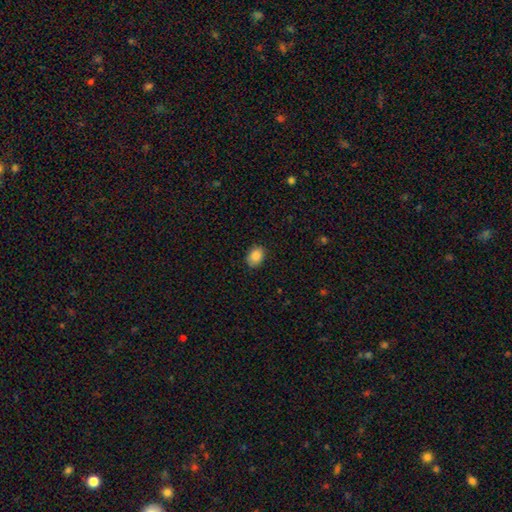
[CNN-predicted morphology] This is clearly a smooth galaxy (87%). How rounded: likely in between (71%). Merging: clearly none (83%).